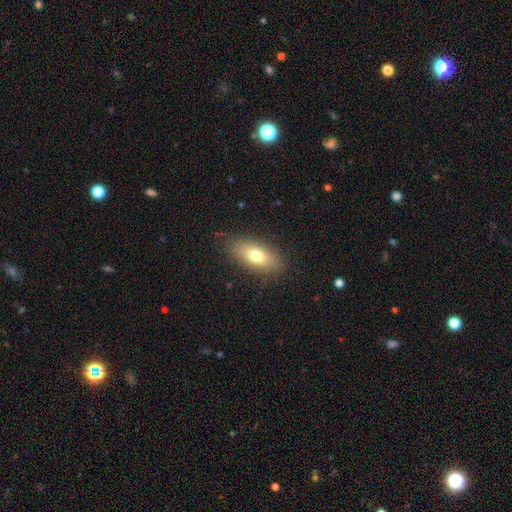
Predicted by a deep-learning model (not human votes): This appears to be a smooth galaxy with no disk features (74%) that is in between round and cigar-shaped (83%). Merging: none (83%).